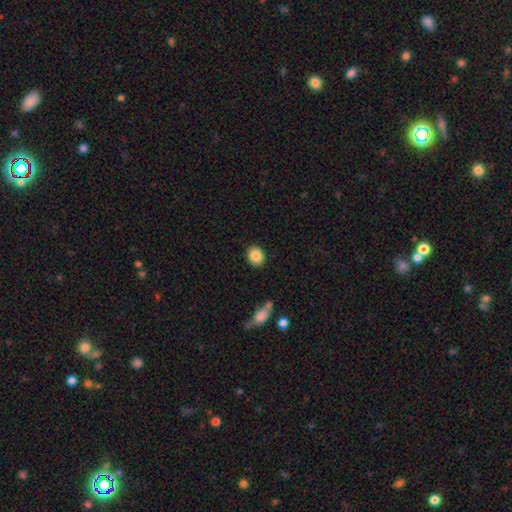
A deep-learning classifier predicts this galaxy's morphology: The model was most divided on "how rounded": round: 58%, in between: 41%, cigar-shaped: 1%. More confident: merging — none (88%); smooth or featured — smooth (86%).